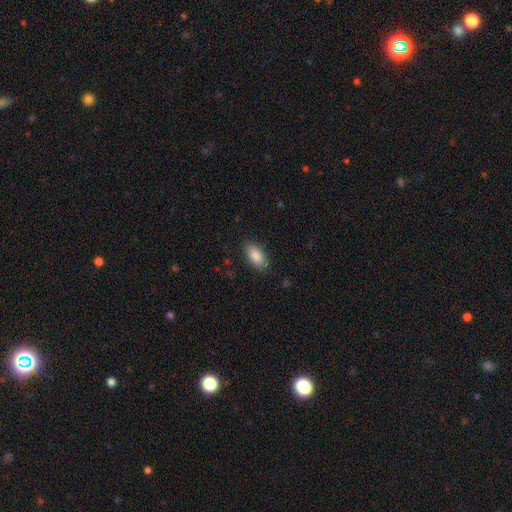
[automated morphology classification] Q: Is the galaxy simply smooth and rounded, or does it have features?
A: smooth — 88%.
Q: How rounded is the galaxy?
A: in between — 92%.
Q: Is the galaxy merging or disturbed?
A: none — 85%.